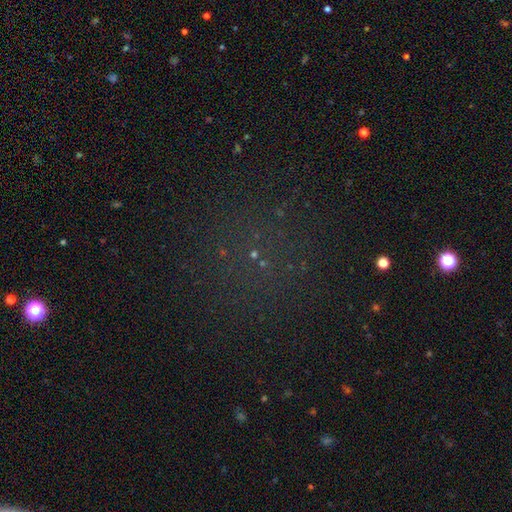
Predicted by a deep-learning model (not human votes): A star or artifact, not a galaxy (55%).